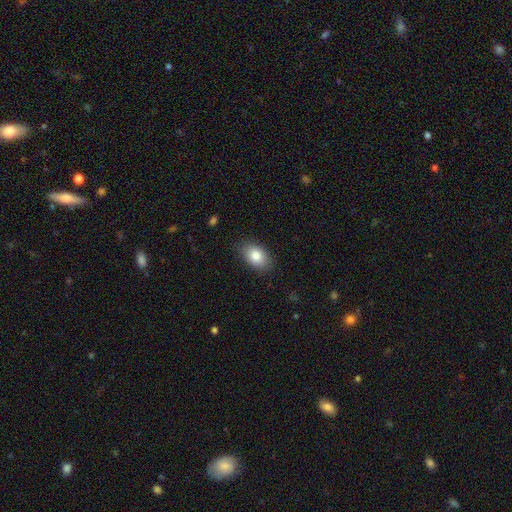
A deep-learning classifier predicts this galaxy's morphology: A smooth galaxy with no disk features (85%) that is in between round and cigar-shaped (84%). Merging: none (84%).